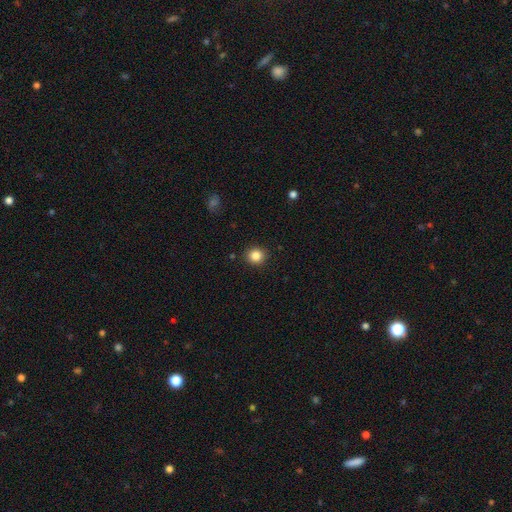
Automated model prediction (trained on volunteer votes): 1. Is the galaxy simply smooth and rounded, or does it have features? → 85% smooth, 11% star or artifact, 4% featured or disk.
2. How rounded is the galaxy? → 91% round, 9% in between, 1% cigar-shaped.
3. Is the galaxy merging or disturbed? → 92% none, 5% minor disturbance, 2% major disturbance, 1% merger.